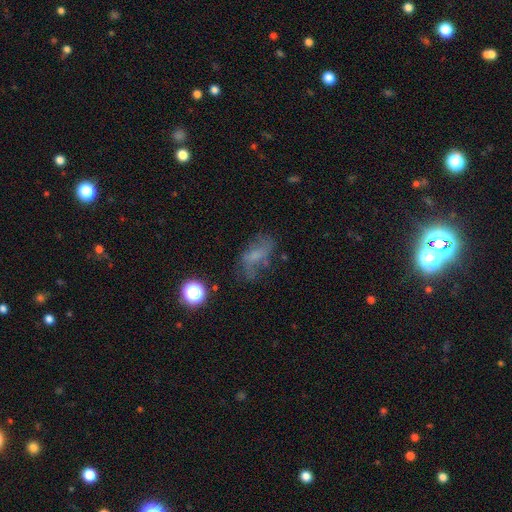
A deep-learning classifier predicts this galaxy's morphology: This is marginally a smooth galaxy (41%). Merging: possibly none (48%).